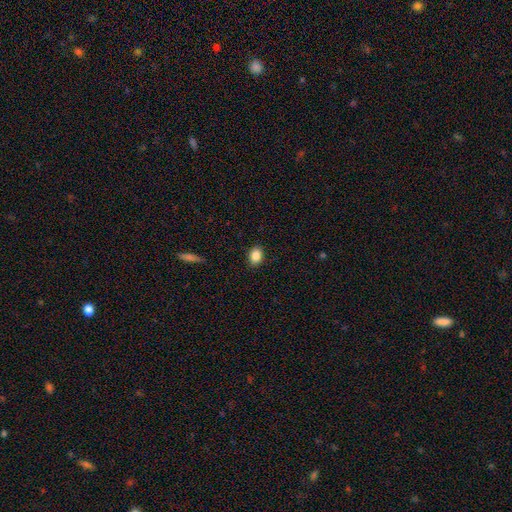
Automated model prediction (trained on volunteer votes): smooth_or_featured: smooth (p=0.87) [alt: star or artifact p=0.09]
how_rounded: in between (p=0.69) [alt: round p=0.30]
merging: none (p=0.89) [alt: minor disturbance p=0.08]